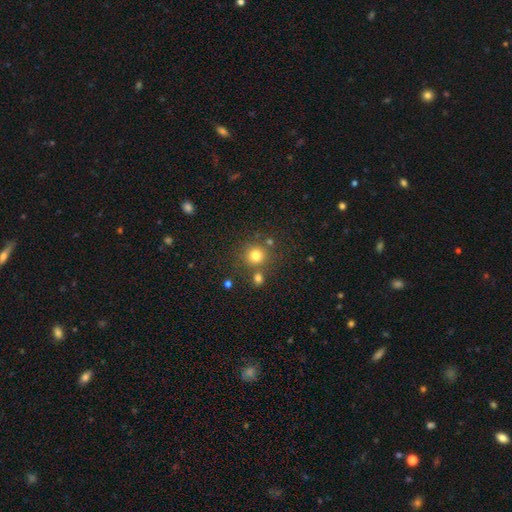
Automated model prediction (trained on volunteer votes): Overall: smooth (77%). How rounded: round (92%). Merging: none (73%).